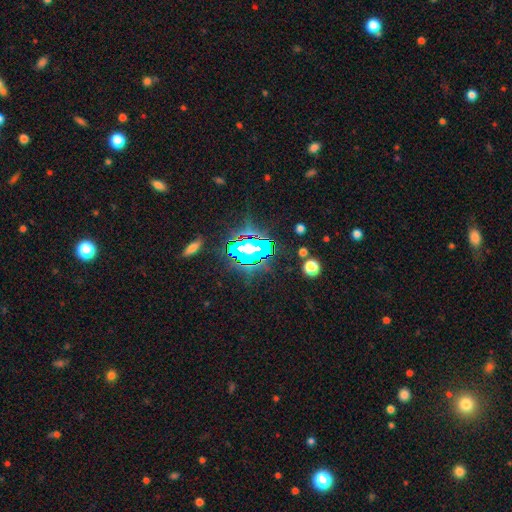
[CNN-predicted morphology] Smooth or featured: star or artifact — 79% (smooth — 12%)